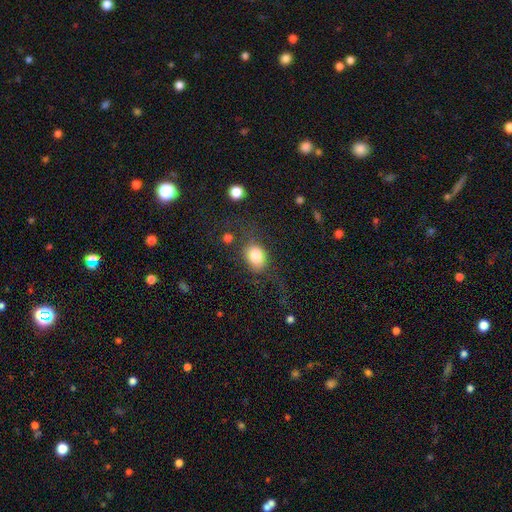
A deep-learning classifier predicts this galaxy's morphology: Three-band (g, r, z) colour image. It shows a smooth galaxy with no disk features (82%) that is in between round and cigar-shaped (64%). Merging: none (60%).